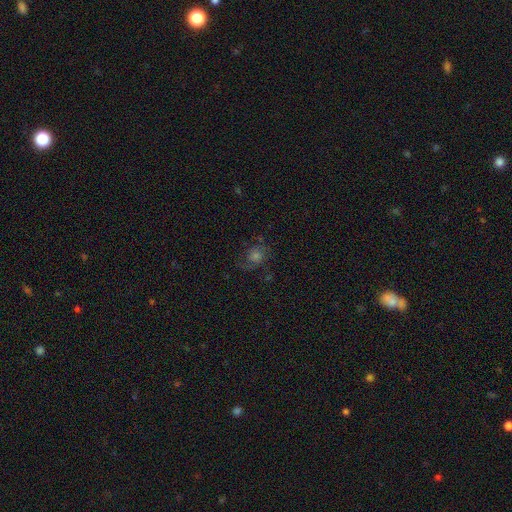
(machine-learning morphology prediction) This is marginally a featured or disk galaxy (41%). Merging: likely none (64%).